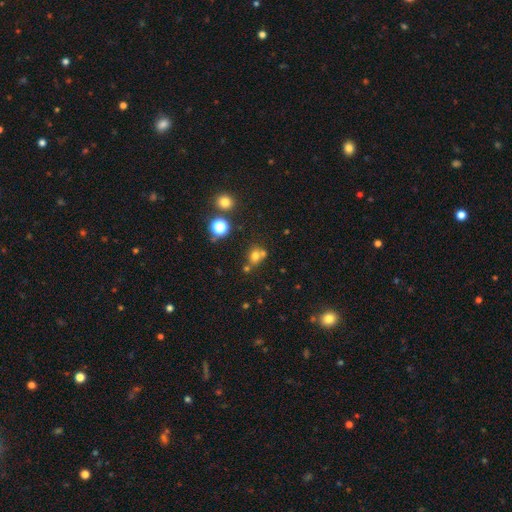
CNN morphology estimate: Smooth or featured?
  - smooth: 69% *
  - star or artifact: 21%
  - featured or disk: 10%
How rounded?
  - round: 70% *
  - in between: 29%
  - cigar-shaped: 1%
Merging?
  - none: 52% *
  - merger: 32%
  - minor disturbance: 11%
  - major disturbance: 5%